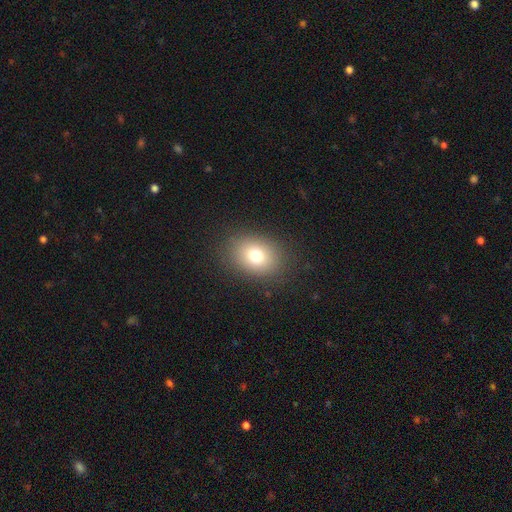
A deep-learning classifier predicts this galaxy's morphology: This appears to be a smooth galaxy with no disk features (75%) that is in between round and cigar-shaped (57%). Merging: none (87%).